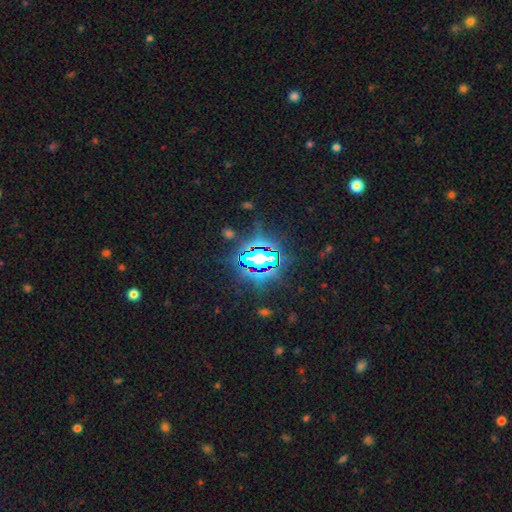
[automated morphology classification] This is clearly a star or artifact rather than a galaxy (83%).